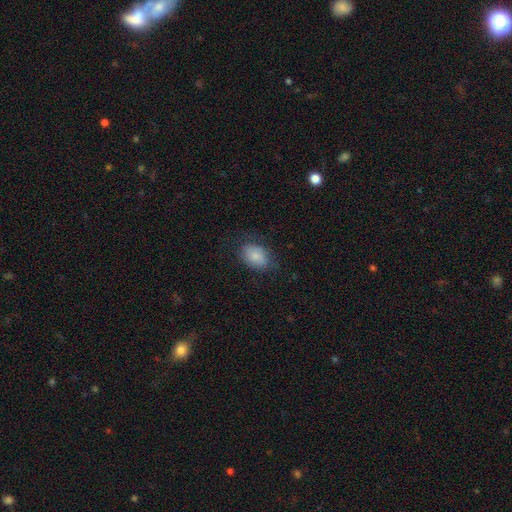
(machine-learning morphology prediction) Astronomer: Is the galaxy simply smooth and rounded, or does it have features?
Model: smooth — 81%.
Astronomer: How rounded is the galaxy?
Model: in between — 82%.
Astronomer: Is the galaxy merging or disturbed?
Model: none — 72%.